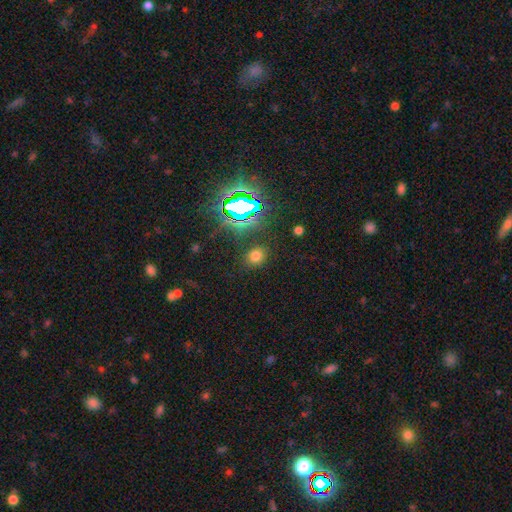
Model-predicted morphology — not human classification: smooth 65%, star or artifact 28%, featured or disk 6%. Down the decision tree: how rounded — round (57%); merging — none (85%).